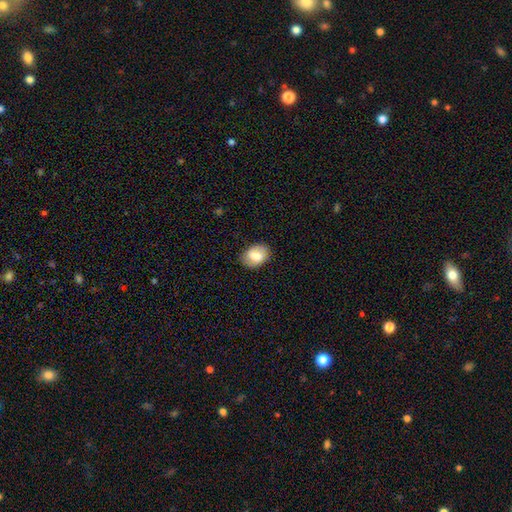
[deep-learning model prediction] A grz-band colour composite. It shows a smooth galaxy with no disk features (75%) that is in between round and cigar-shaped (78%). Merging: none (83%).